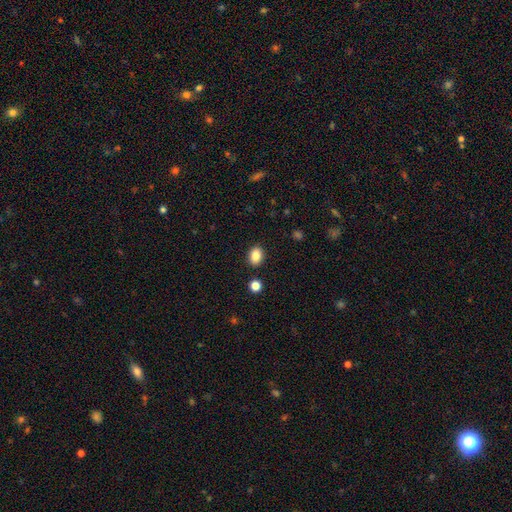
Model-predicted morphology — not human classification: Smooth or featured? smooth (86%)
How rounded? in between (71%)
Merging? none (88%)